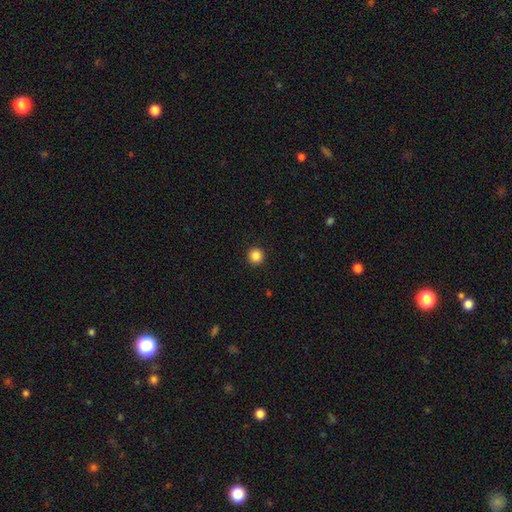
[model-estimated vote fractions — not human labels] smooth_or_featured: smooth (p=0.86) [alt: star or artifact p=0.11]
how_rounded: round (p=0.96) [alt: in between p=0.03]
merging: none (p=0.94) [alt: minor disturbance p=0.04]